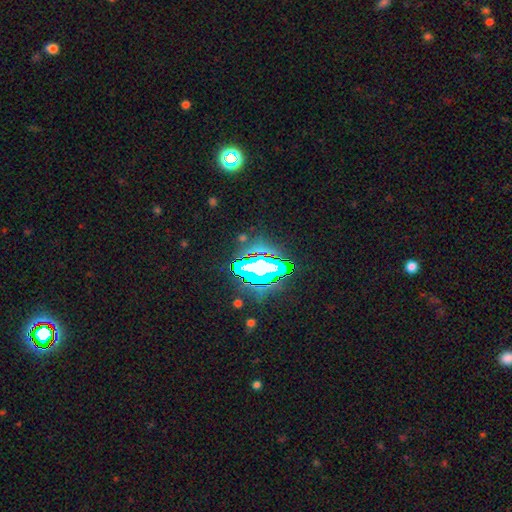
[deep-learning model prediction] The model was most divided on "smooth or featured": star or artifact: 79%, smooth: 11%, featured or disk: 11%.